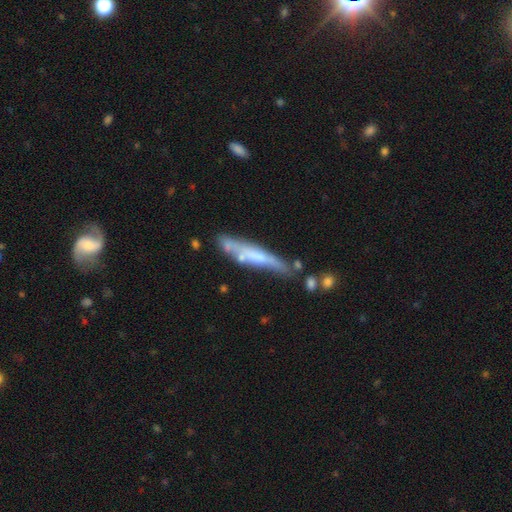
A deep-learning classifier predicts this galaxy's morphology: smooth_or_featured: featured or disk (p=0.48) [alt: smooth p=0.46]
merging: none (p=0.55) [alt: minor disturbance p=0.23]